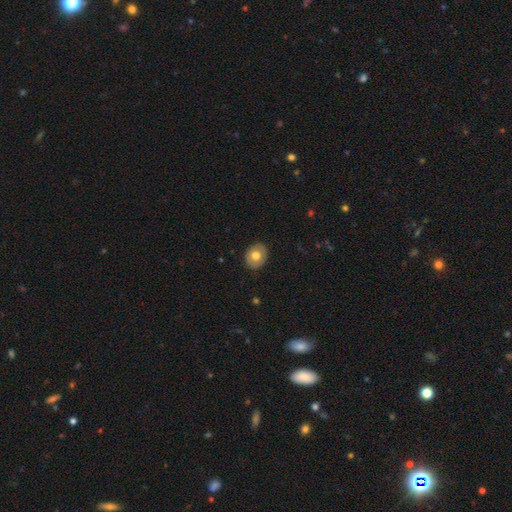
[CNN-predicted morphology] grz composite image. It shows a smooth galaxy with no disk features (72%) that is round (53%). Merging: none (89%).